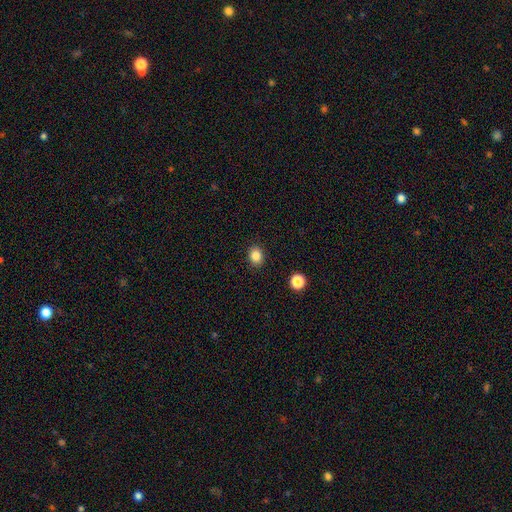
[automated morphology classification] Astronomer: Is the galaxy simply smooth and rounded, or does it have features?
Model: smooth — 85%.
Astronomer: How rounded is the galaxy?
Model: round — 51% (runner-up: in between, 48%).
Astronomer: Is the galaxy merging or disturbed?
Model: none — 89%.